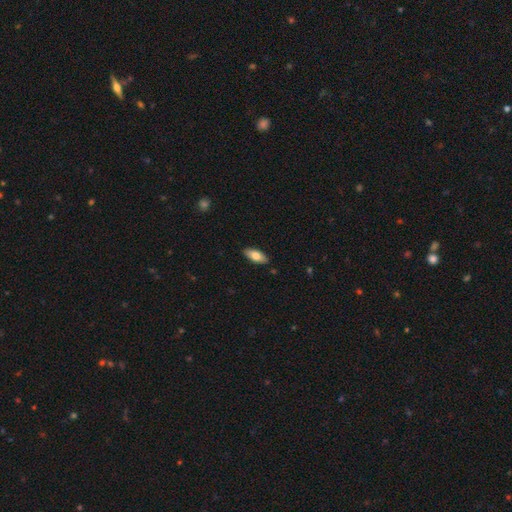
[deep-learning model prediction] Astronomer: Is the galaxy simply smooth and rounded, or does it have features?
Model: smooth — 76%.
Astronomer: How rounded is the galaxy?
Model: in between — 82%.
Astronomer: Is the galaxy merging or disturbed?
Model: none — 88%.